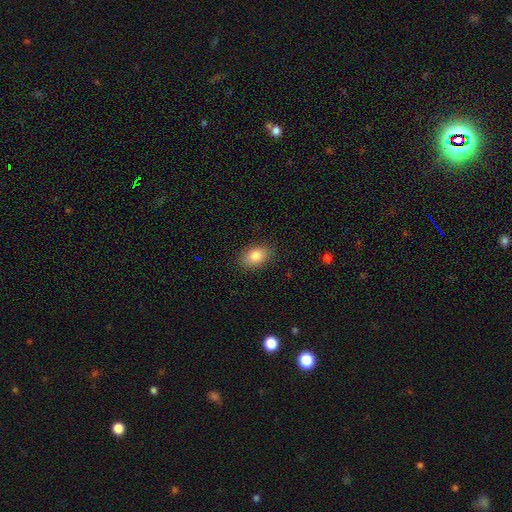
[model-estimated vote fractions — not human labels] A smooth galaxy with no disk features (84%) that is in between round and cigar-shaped (87%).

Vote fractions:
- Smooth or featured? smooth: 84% / star or artifact: 8% / featured or disk: 8%
- How rounded? in between: 87% / round: 11% / cigar-shaped: 2%
- Merging? none: 86% / minor disturbance: 10% / major disturbance: 3% / merger: 1%